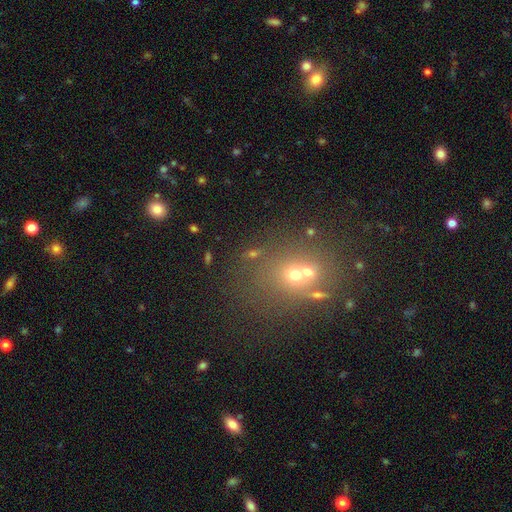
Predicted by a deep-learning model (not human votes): smooth 50%, star or artifact 31%, featured or disk 19%. Down the decision tree: how rounded — round (68%); merging — none (50%).